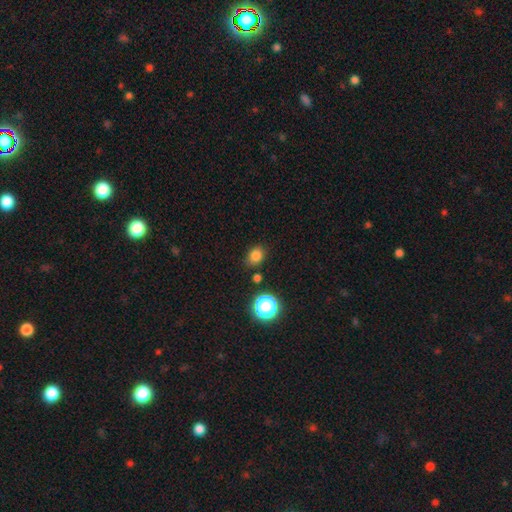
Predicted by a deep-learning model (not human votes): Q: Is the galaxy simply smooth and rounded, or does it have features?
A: smooth — 80%.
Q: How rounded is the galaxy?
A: round — 52%.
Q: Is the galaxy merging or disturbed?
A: none — 78%.